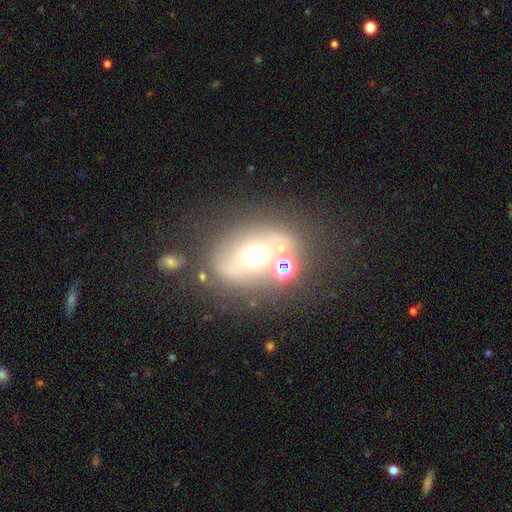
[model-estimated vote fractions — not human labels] Smooth or featured?
  - featured or disk: 46% *
  - smooth: 34%
  - star or artifact: 20%
Merging?
  - none: 57% *
  - merger: 17%
  - minor disturbance: 16%
  - major disturbance: 10%